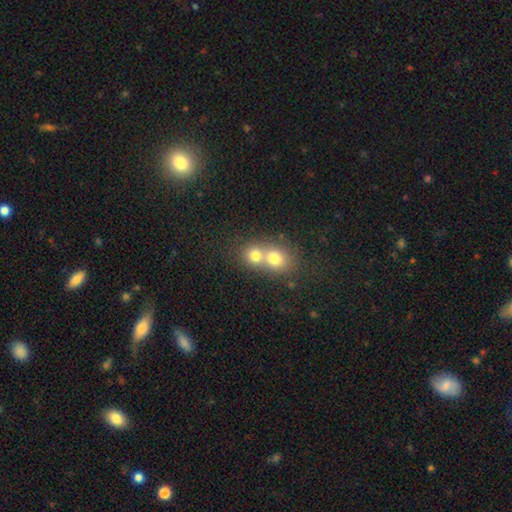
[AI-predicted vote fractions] smooth-or-featured: smooth: 73% | featured or disk: 16% | star or artifact: 12%
  how-rounded: round: 72% | in between: 27% | cigar-shaped: 1%
  merging: merger: 67% | none: 26% | minor disturbance: 5% | major disturbance: 2%